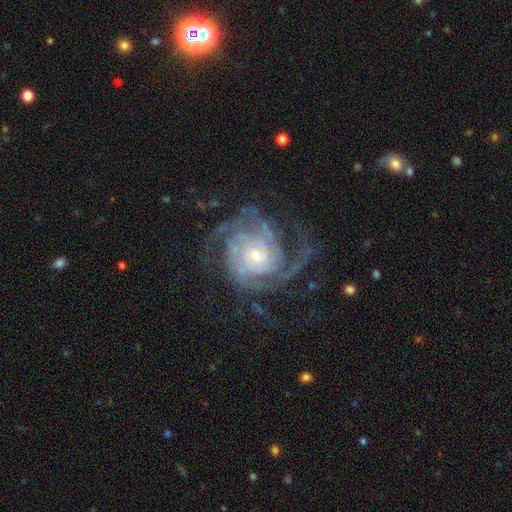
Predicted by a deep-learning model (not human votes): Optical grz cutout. It shows a featured or disk galaxy (91%) with no bar (72%), 3 (30%) tight (54%) spiral arms (98%) and a small central bulge (59%). Merging: none (68%).